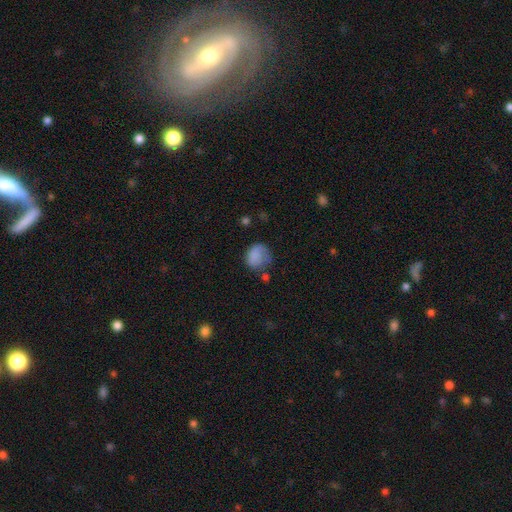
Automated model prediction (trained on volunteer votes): The model was most divided on "merging": none: 45%, minor disturbance: 31%, major disturbance: 20%, merger: 5%. More confident: smooth or featured — smooth (79%); how rounded — round (67%).